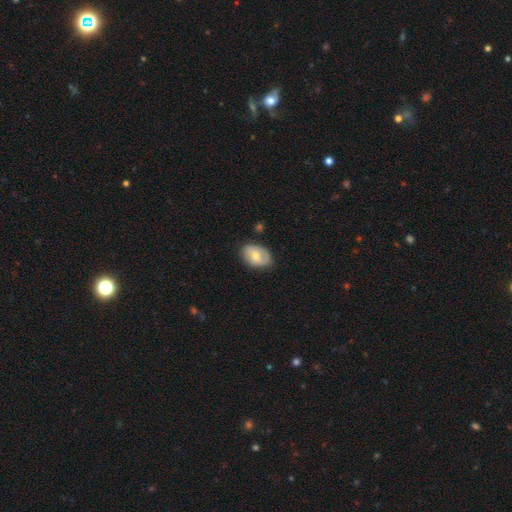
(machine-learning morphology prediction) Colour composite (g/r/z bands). It shows a smooth galaxy with no disk features (58%) that is in between round and cigar-shaped (83%). Merging: none (76%).